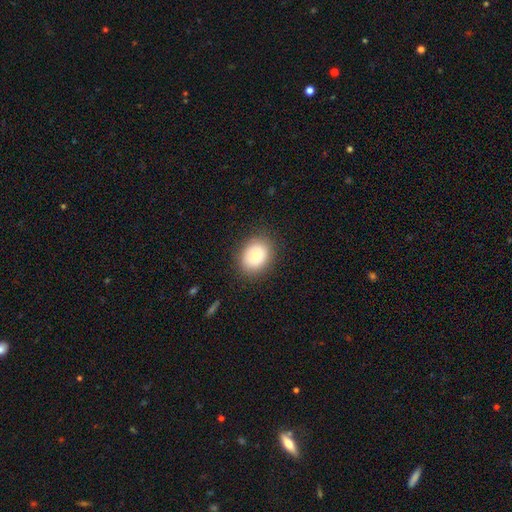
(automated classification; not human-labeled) smooth_or_featured: smooth (p=0.78) [alt: featured or disk p=0.13]
how_rounded: round (p=0.51) [alt: in between p=0.48]
merging: none (p=0.85) [alt: minor disturbance p=0.10]